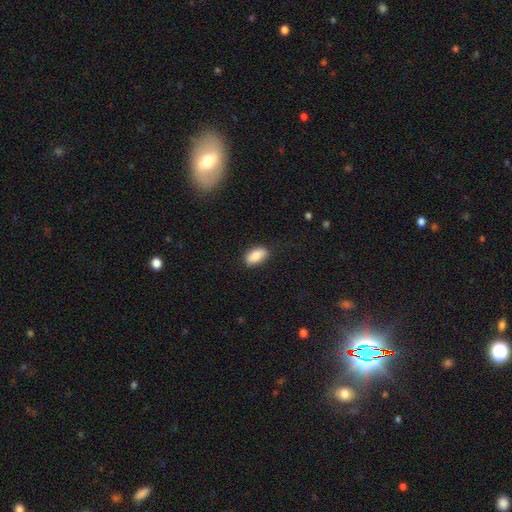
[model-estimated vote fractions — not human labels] smooth_or_featured: smooth (p=0.87) [alt: star or artifact p=0.07]
how_rounded: in between (p=0.91) [alt: round p=0.05]
merging: none (p=0.82) [alt: minor disturbance p=0.14]